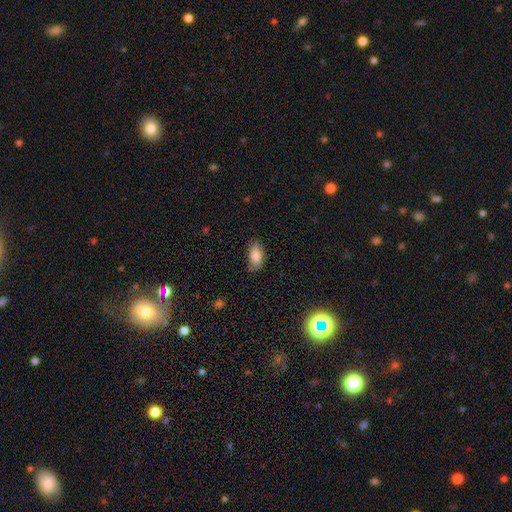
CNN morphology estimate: Smooth or featured: smooth — 85% (star or artifact — 8%)
How rounded: in between — 92% (round — 4%)
Merging: none — 74% (minor disturbance — 20%)